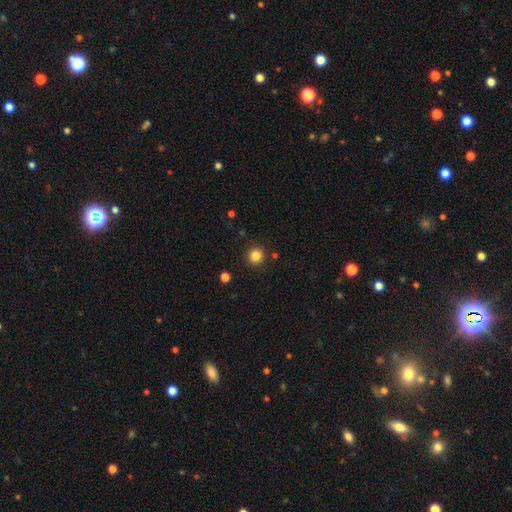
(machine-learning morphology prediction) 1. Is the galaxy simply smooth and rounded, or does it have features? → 84% smooth, 12% star or artifact, 4% featured or disk.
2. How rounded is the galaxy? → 94% round, 5% in between, 1% cigar-shaped.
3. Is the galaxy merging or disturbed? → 89% none, 7% minor disturbance, 2% major disturbance, 2% merger.